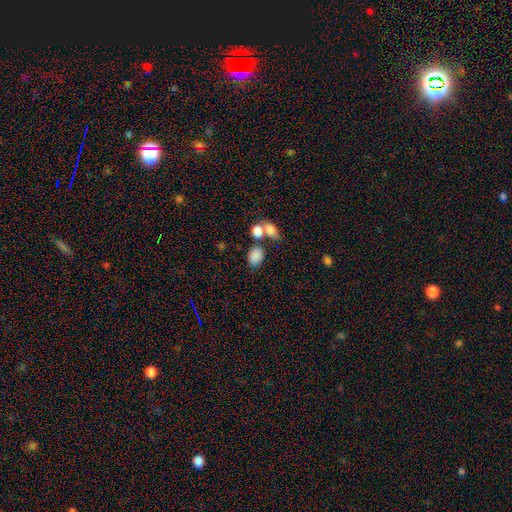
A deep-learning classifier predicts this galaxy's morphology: This is clearly a smooth galaxy (84%). How rounded: likely in between (77%). Merging: possibly none (51%).